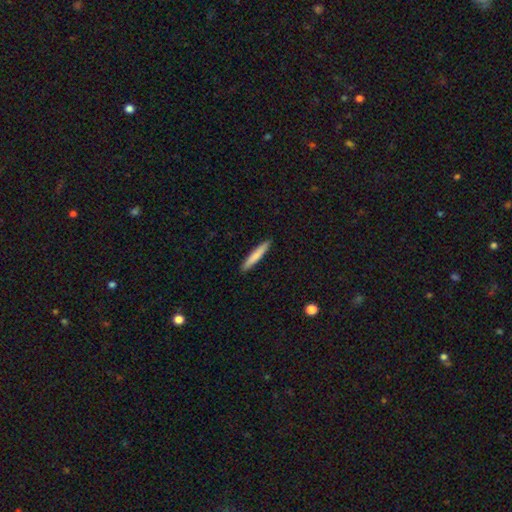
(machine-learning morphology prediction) This appears to be a smooth galaxy with no disk features (79%) that is cigar-shaped (94%). Merging: none (92%).